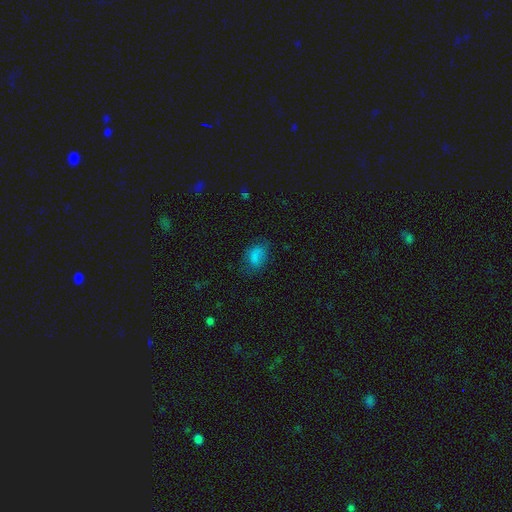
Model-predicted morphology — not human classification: smooth_or_featured: smooth (p=0.78) [alt: star or artifact p=0.12]
how_rounded: in between (p=0.82) [alt: round p=0.16]
merging: none (p=0.62) [alt: minor disturbance p=0.25]